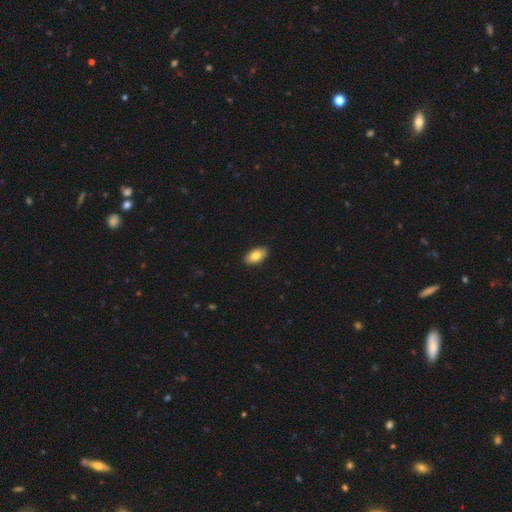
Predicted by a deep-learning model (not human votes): A smooth galaxy with no disk features (82%) that is in between round and cigar-shaped (93%).

Vote fractions:
- Smooth or featured? smooth: 82% / featured or disk: 12% / star or artifact: 7%
- How rounded? in between: 93% / round: 4% / cigar-shaped: 3%
- Merging? none: 89% / minor disturbance: 8% / major disturbance: 2% / merger: 1%